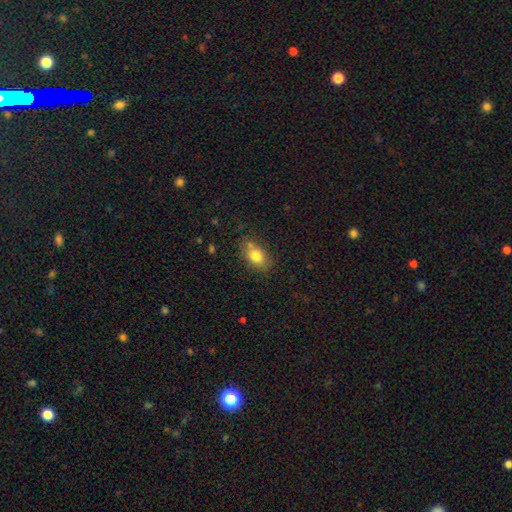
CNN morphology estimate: type=smooth (80%); roundness=in between (79%); merging=none (68%).